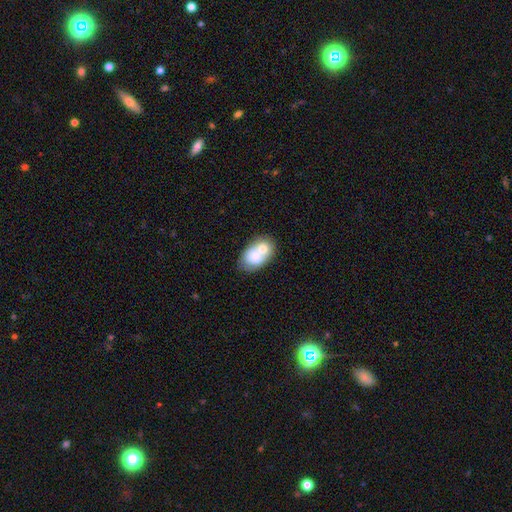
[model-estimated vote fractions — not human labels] Morphology: type=smooth (68%); roundness=in between (80%); merging=merger (57%).